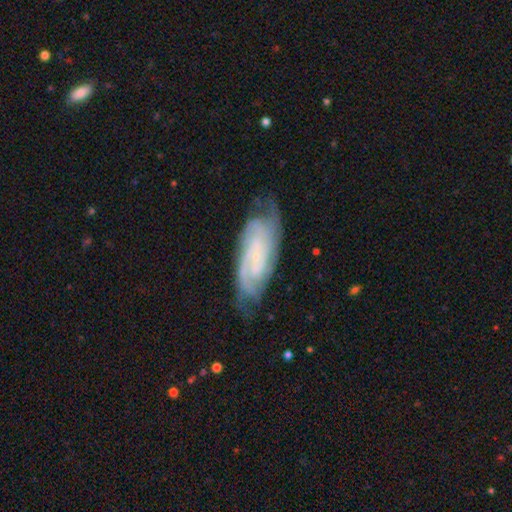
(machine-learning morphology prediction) Q: Smooth or featured?
A: featured or disk (84%); runner-up: smooth (10%)
Q: Edge-on disk?
A: no (93%); runner-up: yes (7%)
Q: Bar?
A: no (58%); runner-up: weak (32%)
Q: Spiral arms?
A: yes (97%); runner-up: no (3%)
Q: Spiral winding?
A: tight (62%); runner-up: medium (32%)
Q: Spiral arm count?
A: 2 (40%); runner-up: can't tell (22%)
Q: Bulge size?
A: small (69%); runner-up: none (20%)
Q: Merging?
A: none (72%); runner-up: minor disturbance (19%)